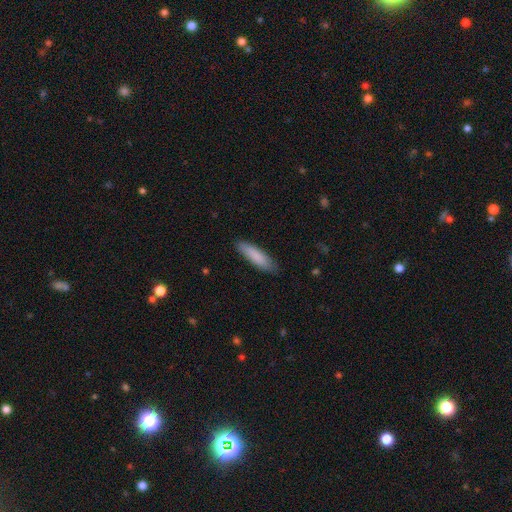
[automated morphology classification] Q: Smooth or featured?
A: smooth (85%); runner-up: featured or disk (10%)
Q: How rounded?
A: cigar-shaped (71%); runner-up: in between (28%)
Q: Merging?
A: none (86%); runner-up: minor disturbance (11%)